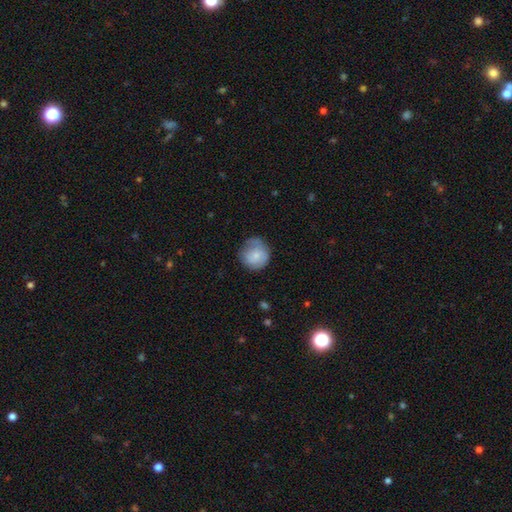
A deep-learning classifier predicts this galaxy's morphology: smooth_or_featured: smooth (p=0.72) [alt: featured or disk p=0.21]
how_rounded: round (p=0.88) [alt: in between p=0.11]
merging: none (p=0.60) [alt: minor disturbance p=0.28]